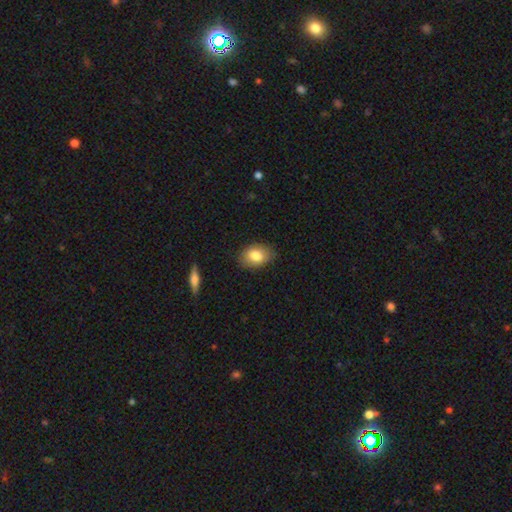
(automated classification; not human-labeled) Smooth or featured? Predicted: smooth (p=0.82). How rounded? Predicted: in between (p=0.82). Merging? Predicted: none (p=0.82).